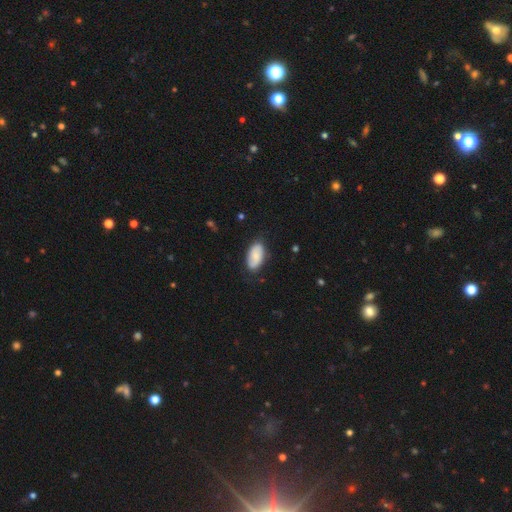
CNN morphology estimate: This is likely a smooth galaxy (71%). How rounded: clearly in between (95%). Merging: likely none (75%).